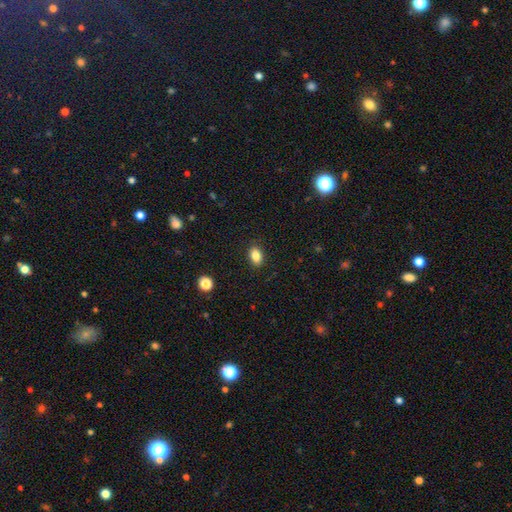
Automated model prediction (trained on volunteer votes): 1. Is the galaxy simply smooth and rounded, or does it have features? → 85% smooth, 9% star or artifact, 6% featured or disk.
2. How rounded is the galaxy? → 81% in between, 17% round, 2% cigar-shaped.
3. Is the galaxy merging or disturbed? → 89% none, 8% minor disturbance, 2% major disturbance, 1% merger.